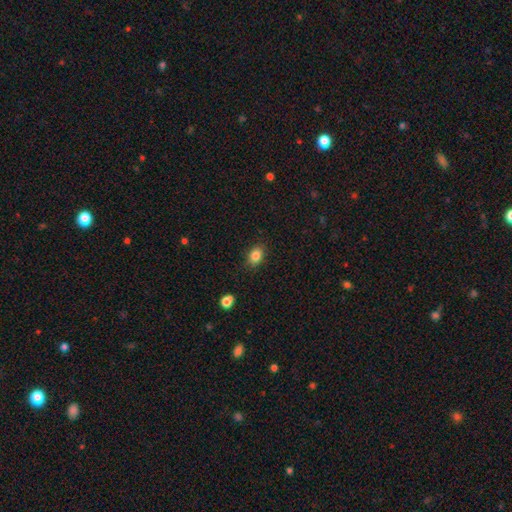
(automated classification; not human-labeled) Smooth or featured? smooth (85%)
How rounded? in between (74%)
Merging? none (85%)